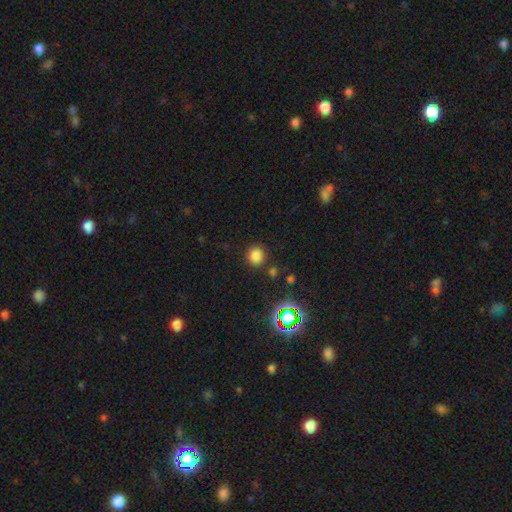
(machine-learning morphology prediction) The model was most divided on "smooth or featured": smooth: 78%, star or artifact: 18%, featured or disk: 5%. More confident: how rounded — round (86%); merging — none (84%).